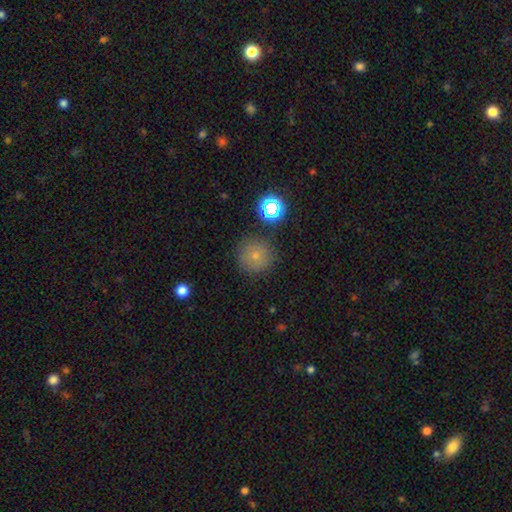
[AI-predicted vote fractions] Overall: smooth (70%). How rounded: round (95%). Merging: none (83%).